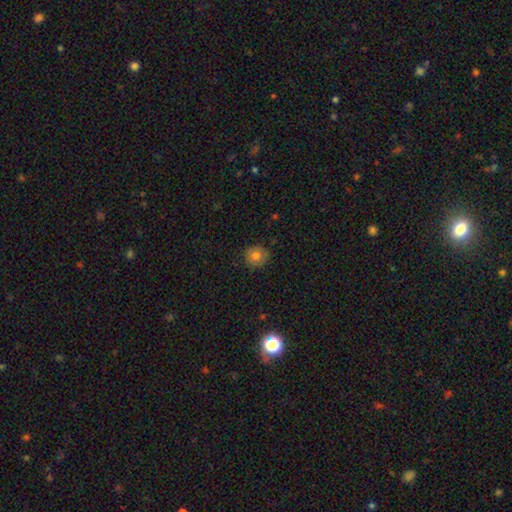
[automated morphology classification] smooth 77%, featured or disk 12%, star or artifact 11%. Down the decision tree: how rounded — round (92%); merging — none (87%).